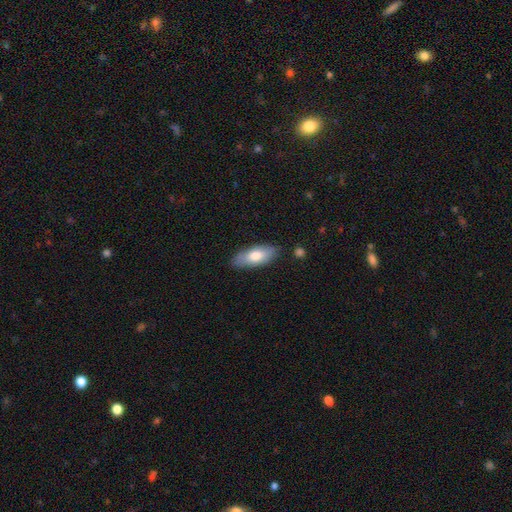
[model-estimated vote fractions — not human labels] smooth_or_featured: smooth (p=0.72) [alt: featured or disk p=0.22]
how_rounded: in between (p=0.80) [alt: cigar-shaped p=0.18]
merging: none (p=0.82) [alt: minor disturbance p=0.13]